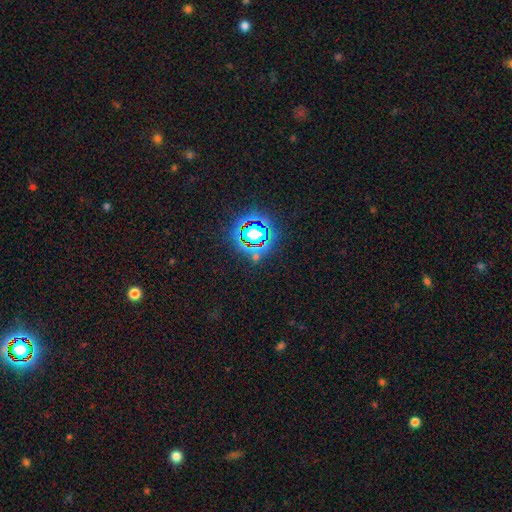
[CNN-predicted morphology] type=star or artifact (75%).